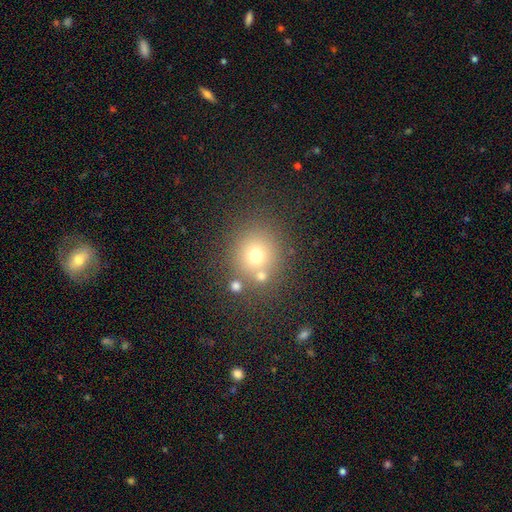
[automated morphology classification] smooth_or_featured: smooth (p=0.67) [alt: star or artifact p=0.19]
how_rounded: round (p=0.87) [alt: in between p=0.12]
merging: none (p=0.71) [alt: merger p=0.16]